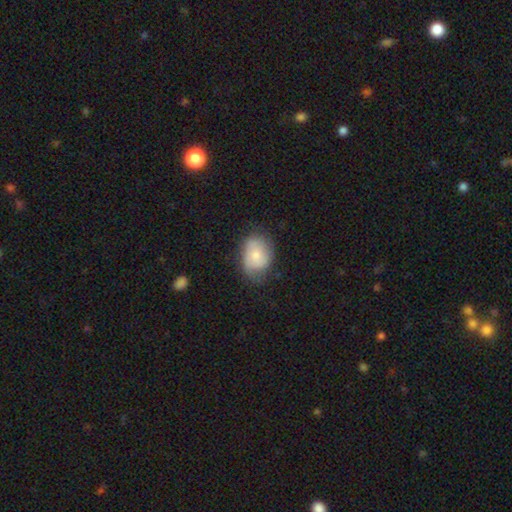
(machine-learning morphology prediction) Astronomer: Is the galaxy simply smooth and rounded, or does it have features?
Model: smooth — 64%.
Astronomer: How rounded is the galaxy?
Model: in between — 62% (runner-up: round, 38%).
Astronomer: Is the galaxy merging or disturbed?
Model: none — 57%.